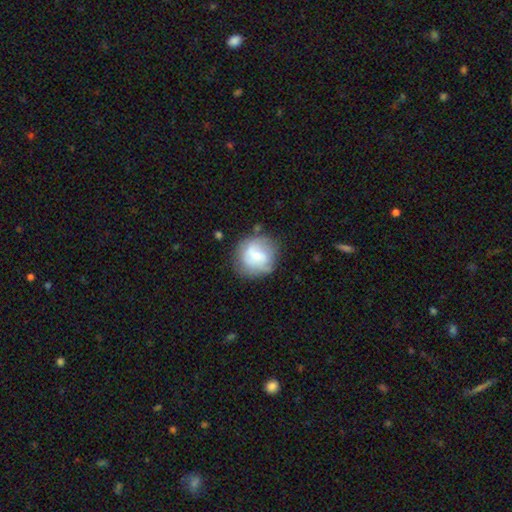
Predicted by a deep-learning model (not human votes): Smooth or featured? smooth (55%)
How rounded? round (87%)
Merging? none (66%)